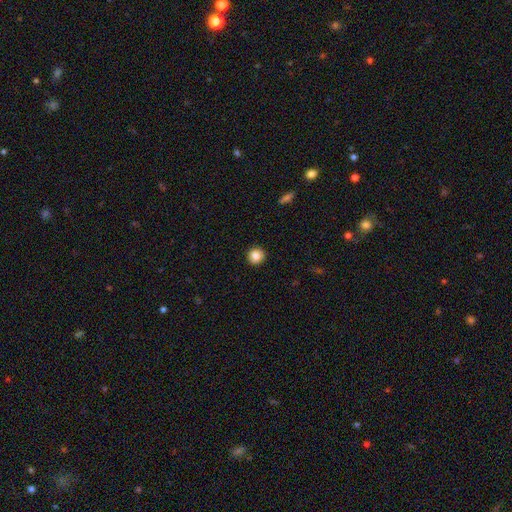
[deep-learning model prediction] Smooth or featured? smooth (85%)
How rounded? round (92%)
Merging? none (92%)